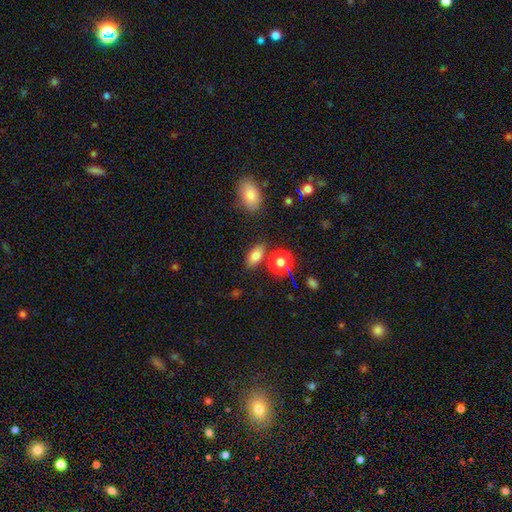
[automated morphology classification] Smooth or featured? smooth (81%)
How rounded? in between (84%)
Merging? none (78%)